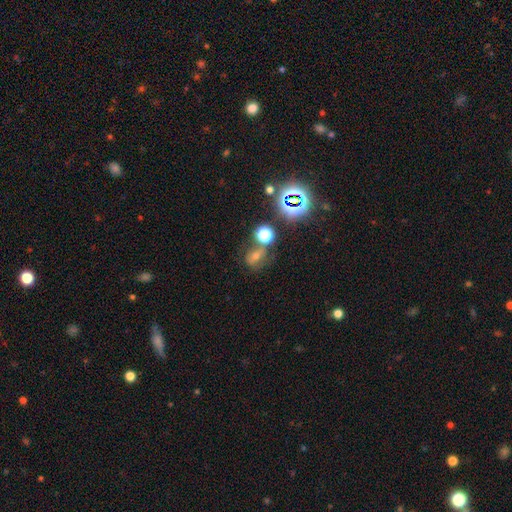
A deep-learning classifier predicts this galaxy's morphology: This is marginally a star or artifact rather than a galaxy (41%).